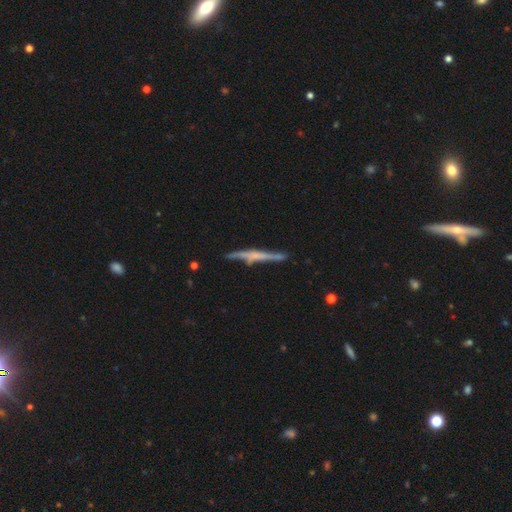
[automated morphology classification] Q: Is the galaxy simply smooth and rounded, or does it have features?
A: featured or disk — 67%.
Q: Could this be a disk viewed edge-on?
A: yes — 96%.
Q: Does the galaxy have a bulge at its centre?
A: none — 49%.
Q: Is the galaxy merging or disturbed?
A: none — 79%.